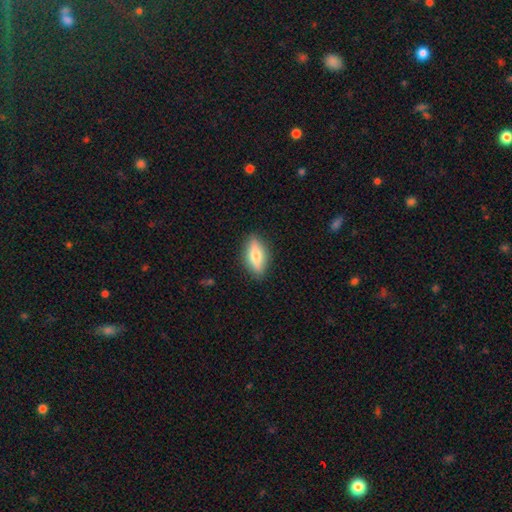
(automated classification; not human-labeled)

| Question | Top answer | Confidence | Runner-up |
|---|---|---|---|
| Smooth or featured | smooth | 60% | featured or disk (33%) |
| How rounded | in between | 70% | cigar-shaped (26%) |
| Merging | none | 87% | minor disturbance (10%) |